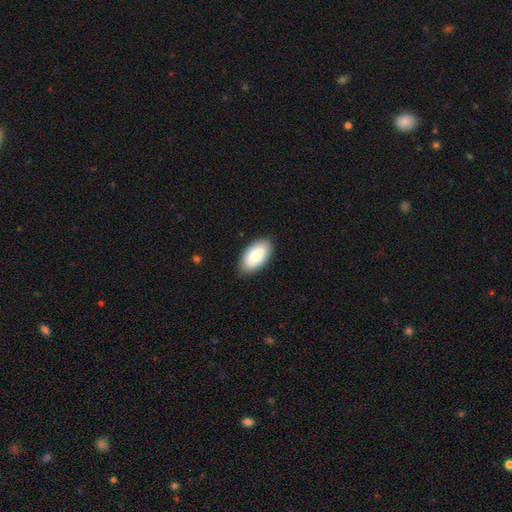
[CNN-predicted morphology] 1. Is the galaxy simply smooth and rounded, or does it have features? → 85% smooth, 9% featured or disk, 6% star or artifact.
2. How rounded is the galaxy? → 95% in between, 2% cigar-shaped, 2% round.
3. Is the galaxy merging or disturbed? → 87% none, 10% minor disturbance, 2% major disturbance, 1% merger.